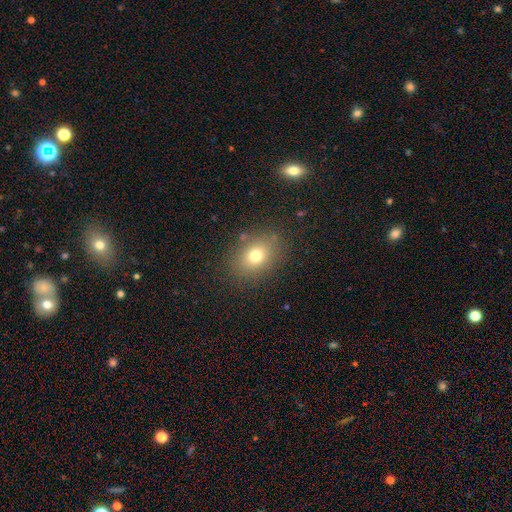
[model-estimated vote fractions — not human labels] The model was most divided on "how rounded": in between: 64%, round: 35%, cigar-shaped: 1%. More confident: merging — none (83%); smooth or featured — smooth (73%).